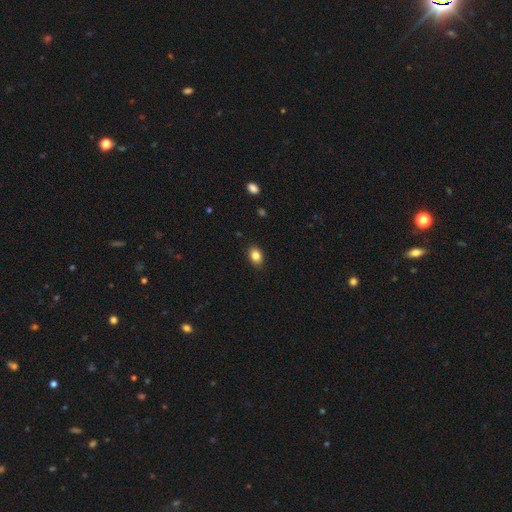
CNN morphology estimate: Q: Smooth or featured?
A: smooth (85%); runner-up: star or artifact (9%)
Q: How rounded?
A: in between (77%); runner-up: round (21%)
Q: Merging?
A: none (87%); runner-up: minor disturbance (10%)